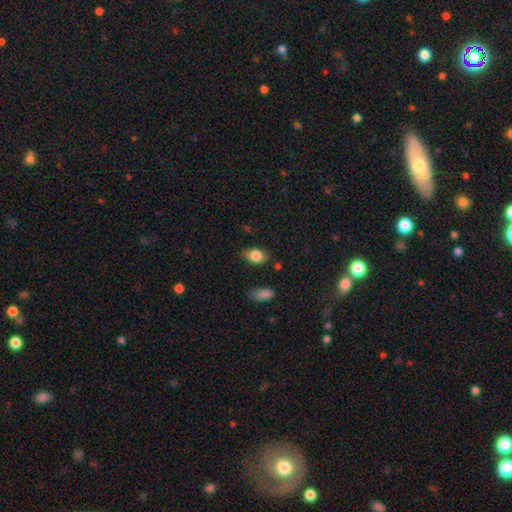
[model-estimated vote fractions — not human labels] A smooth galaxy with no disk features (82%) that is in between round and cigar-shaped (79%).

Vote fractions:
- Smooth or featured? smooth: 82% / featured or disk: 10% / star or artifact: 8%
- How rounded? in between: 79% / round: 18% / cigar-shaped: 2%
- Merging? none: 73% / minor disturbance: 21% / major disturbance: 4% / merger: 3%